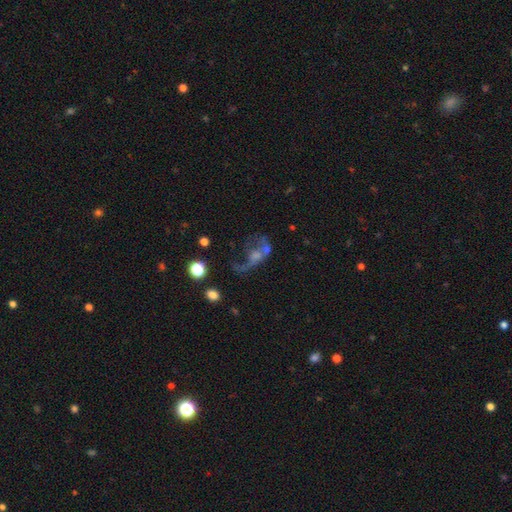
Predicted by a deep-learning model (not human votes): Smooth or featured?
  - featured or disk: 50% *
  - smooth: 26%
  - star or artifact: 24%
Edge-on disk?
  - no: 93% *
  - yes: 7%
Merging?
  - major disturbance: 39% *
  - none: 26%
  - merger: 22%
  - minor disturbance: 12%